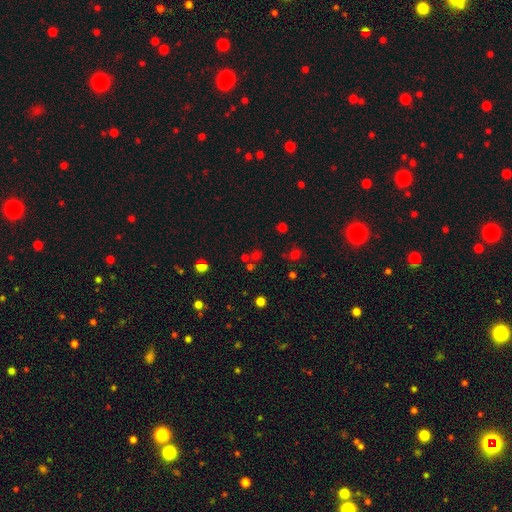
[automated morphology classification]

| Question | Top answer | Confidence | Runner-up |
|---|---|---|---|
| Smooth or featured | smooth | 48% | star or artifact (41%) |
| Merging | none | 59% | merger (24%) |